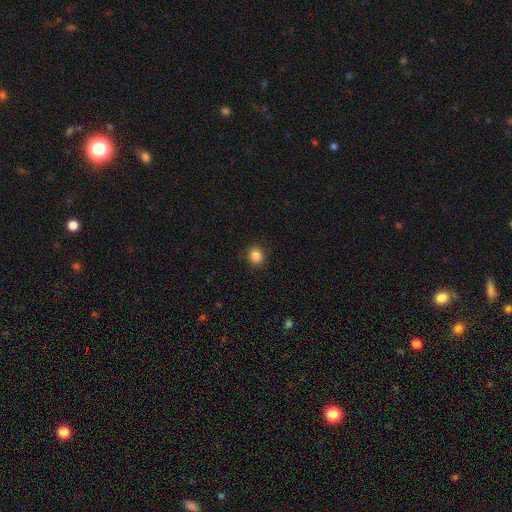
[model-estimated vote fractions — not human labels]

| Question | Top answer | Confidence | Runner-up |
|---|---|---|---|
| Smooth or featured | smooth | 86% | star or artifact (11%) |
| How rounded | round | 77% | in between (22%) |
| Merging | none | 89% | minor disturbance (7%) |